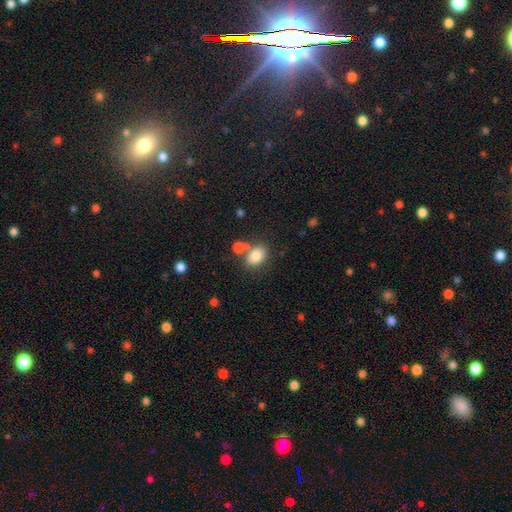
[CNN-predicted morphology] Overall: smooth (80%). How rounded: in between (75%). Merging: none (61%; merger 22%).